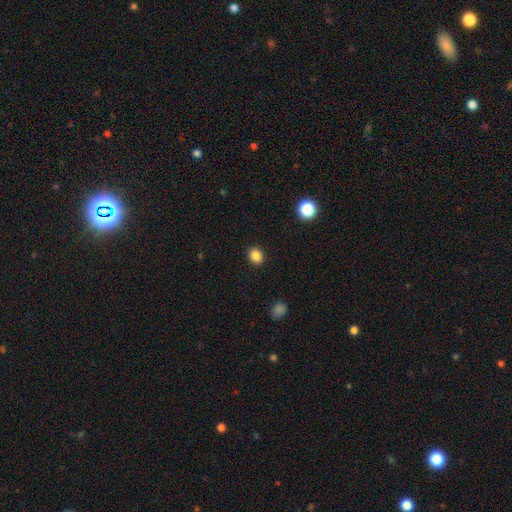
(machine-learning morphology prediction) smooth 85%, star or artifact 11%, featured or disk 4%. Down the decision tree: how rounded — round (63%); merging — none (91%).